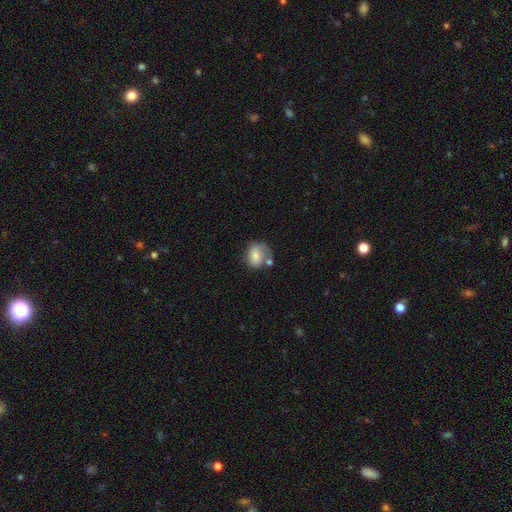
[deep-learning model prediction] smooth 72%, featured or disk 19%, star or artifact 8%. Down the decision tree: how rounded — round (50%); merging — none (42%).